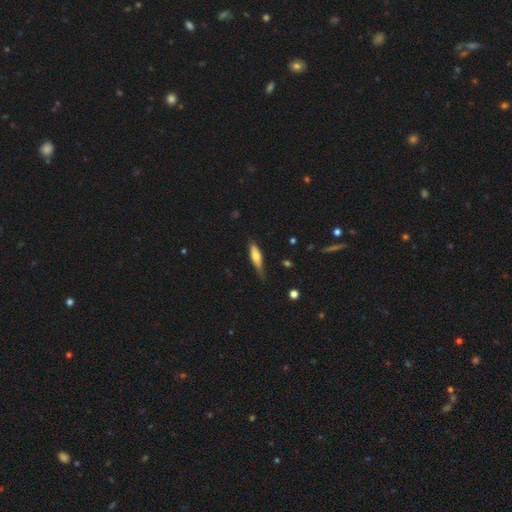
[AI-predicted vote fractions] Smooth or featured? smooth (64%)
How rounded? cigar-shaped (66%)
Merging? none (64%)